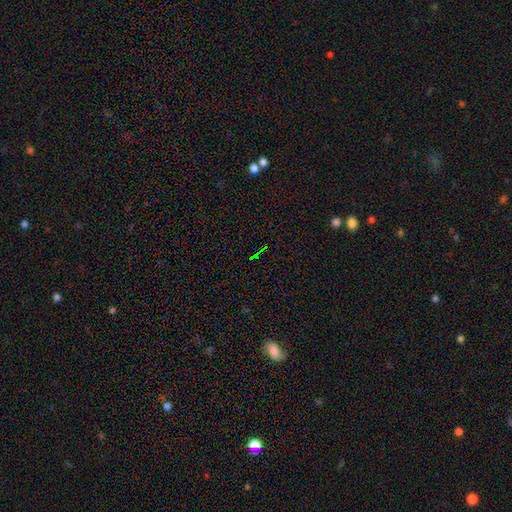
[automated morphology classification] Q: Smooth or featured?
A: star or artifact (75%); runner-up: smooth (14%)